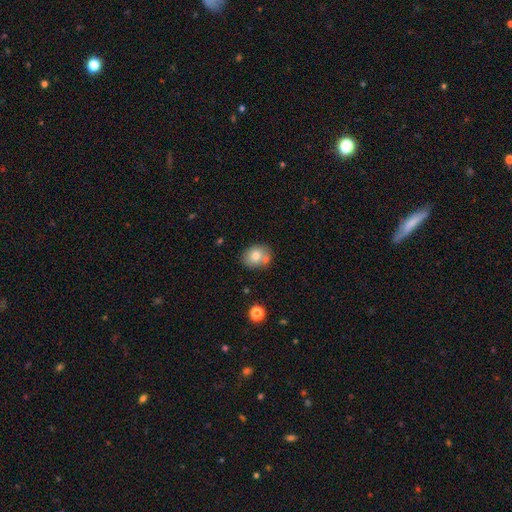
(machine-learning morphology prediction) Smooth or featured?
  - smooth: 76% *
  - featured or disk: 15%
  - star or artifact: 9%
How rounded?
  - round: 50% * (tied)
  - in between: 50% * (tied)
  - cigar-shaped: 1%
Merging?
  - none: 63% *
  - merger: 19%
  - minor disturbance: 15%
  - major disturbance: 3%